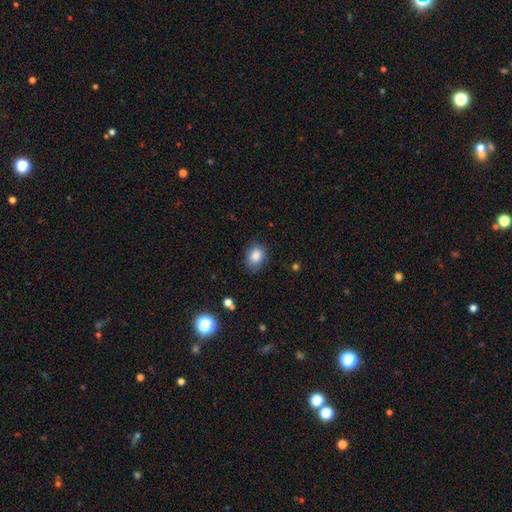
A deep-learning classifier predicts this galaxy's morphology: Smooth or featured? smooth (85%)
How rounded? round (53%)
Merging? none (79%)